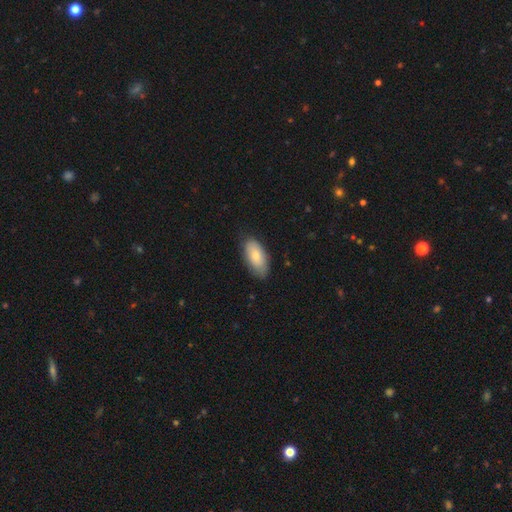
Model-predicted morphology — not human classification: Smooth or featured? Predicted: smooth (p=0.78). How rounded? Predicted: in between (p=0.93). Merging? Predicted: none (p=0.79).